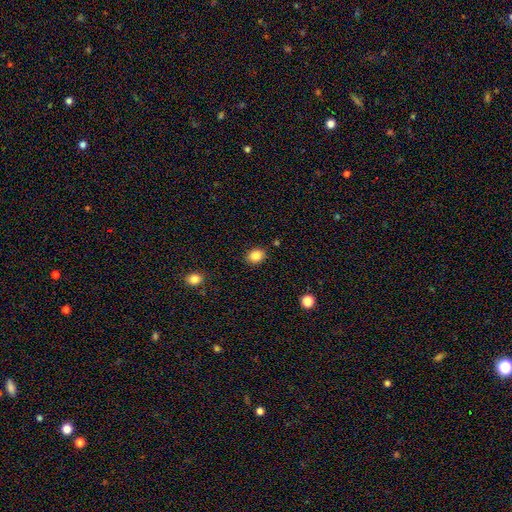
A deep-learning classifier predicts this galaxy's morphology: smooth 86%, star or artifact 10%, featured or disk 5%. Down the decision tree: how rounded — in between (59%); merging — none (86%).